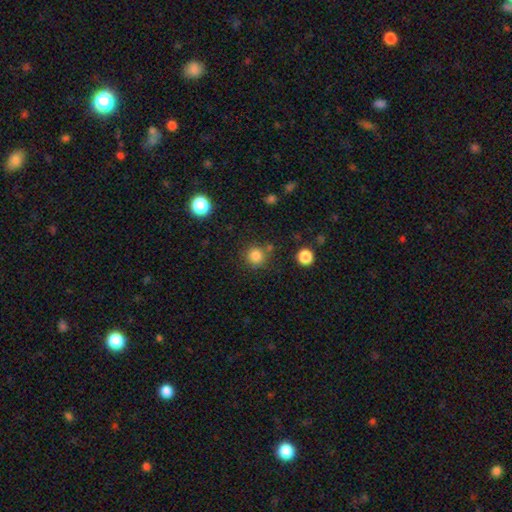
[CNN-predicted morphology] Smooth or featured?
  - smooth: 83% *
  - star or artifact: 13%
  - featured or disk: 4%
How rounded?
  - round: 93% *
  - in between: 6%
  - cigar-shaped: 1%
Merging?
  - none: 79% *
  - minor disturbance: 9%
  - merger: 8%
  - major disturbance: 4%